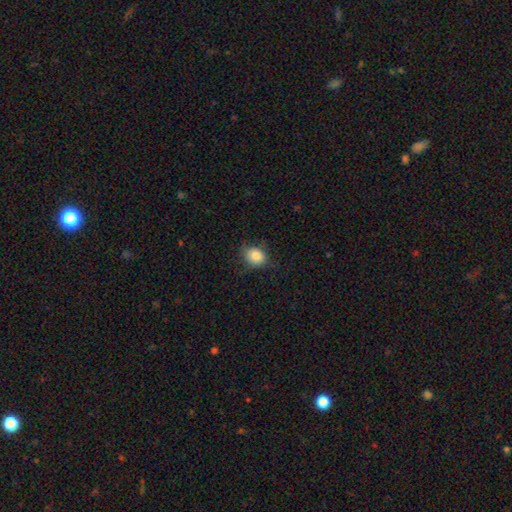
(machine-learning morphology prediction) smooth-or-featured: smooth: 85% | star or artifact: 9% | featured or disk: 6%
  how-rounded: round: 52% | in between: 47% | cigar-shaped: 1%
  merging: none: 73% | minor disturbance: 21% | major disturbance: 5% | merger: 1%